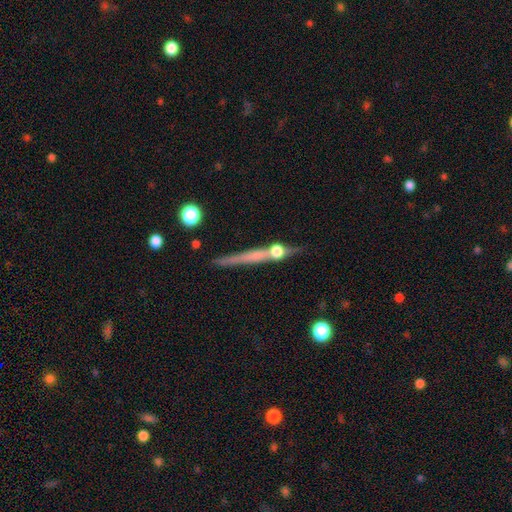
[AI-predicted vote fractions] The model was most divided on "edge-on bulge": rounded: 52%, none: 39%, boxy: 9%. More confident: edge-on disk — yes (95%); merging — none (72%); smooth or featured — featured or disk (59%).